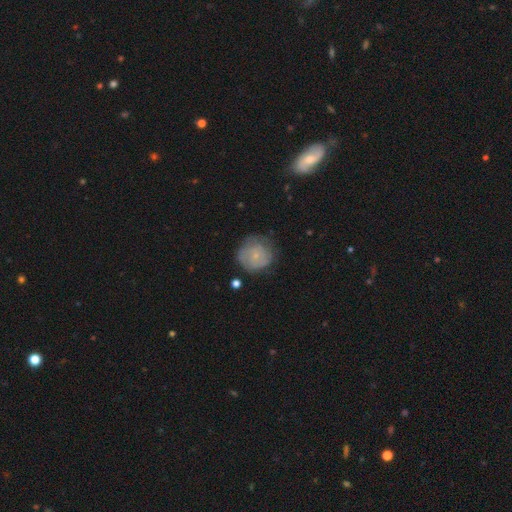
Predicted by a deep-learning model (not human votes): A smooth galaxy with no disk features (50%).

Vote fractions:
- Smooth or featured? smooth: 50% / featured or disk: 42% / star or artifact: 8%
- Merging? none: 65% / minor disturbance: 24% / major disturbance: 9% / merger: 2%